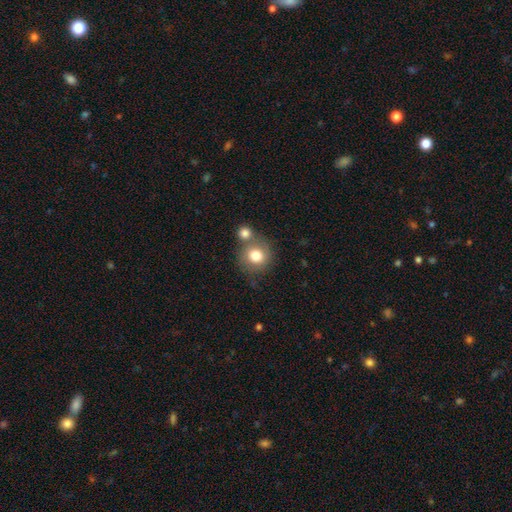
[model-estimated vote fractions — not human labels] smooth_or_featured: smooth (p=0.77) [alt: featured or disk p=0.14]
how_rounded: round (p=0.86) [alt: in between p=0.13]
merging: none (p=0.52) [alt: merger p=0.33]